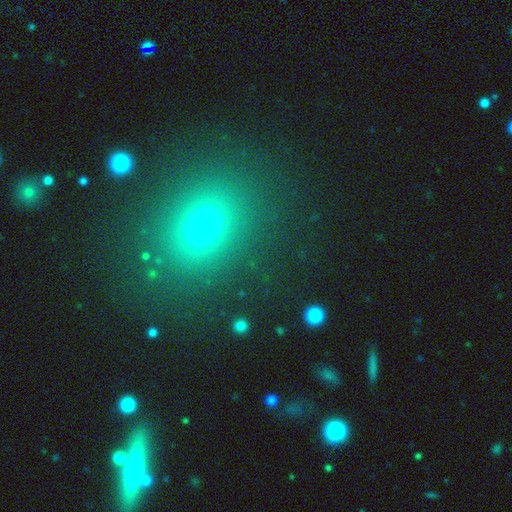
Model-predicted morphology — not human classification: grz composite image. It shows a smooth galaxy with no disk features (57%) that is round (61%). Merging: none (88%).